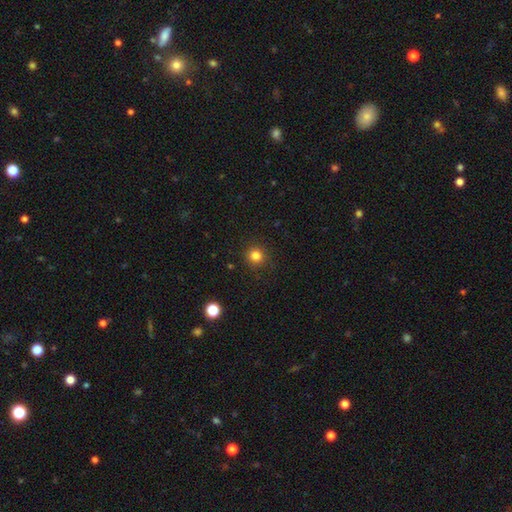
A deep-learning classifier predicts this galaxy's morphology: Smooth or featured: smooth — 82% (star or artifact — 13%)
How rounded: round — 94% (in between — 5%)
Merging: none — 92% (minor disturbance — 5%)